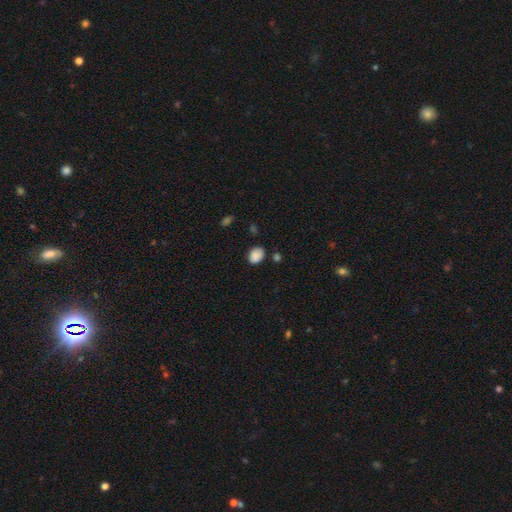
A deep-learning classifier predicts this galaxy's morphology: This appears to be a smooth galaxy with no disk features (88%) that is in between round and cigar-shaped (68%). Merging: none (73%).